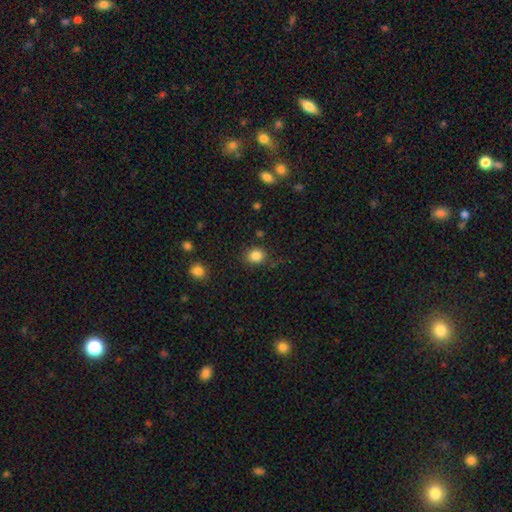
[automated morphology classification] This appears to be a smooth galaxy with no disk features (84%) that is round (79%). Merging: none (82%).